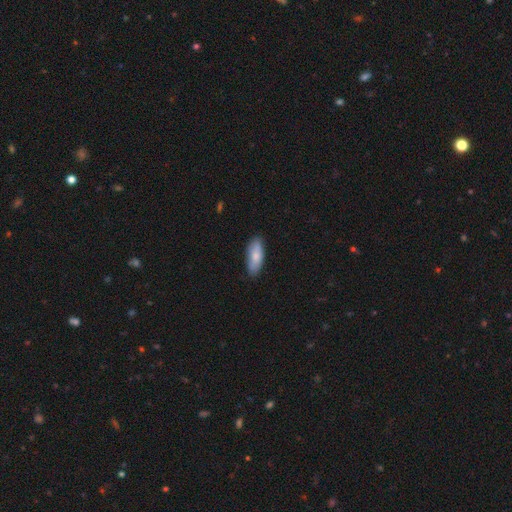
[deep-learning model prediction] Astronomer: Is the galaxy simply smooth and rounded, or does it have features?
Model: smooth — 78%.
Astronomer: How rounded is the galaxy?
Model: in between — 79%.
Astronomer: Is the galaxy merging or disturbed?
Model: none — 82%.